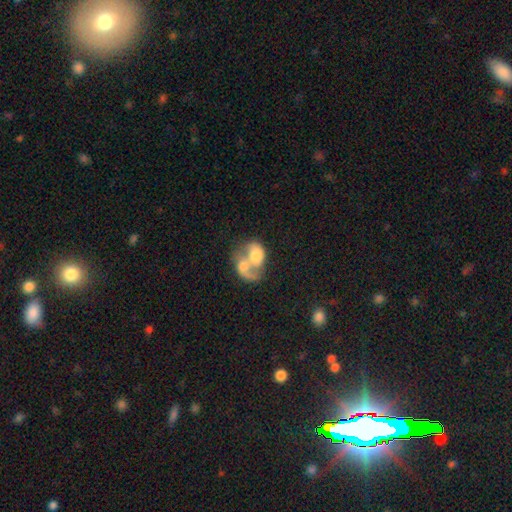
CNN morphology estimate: Smooth or featured: smooth — 49% (featured or disk — 44%)
Merging: merger — 79% (major disturbance — 9%)